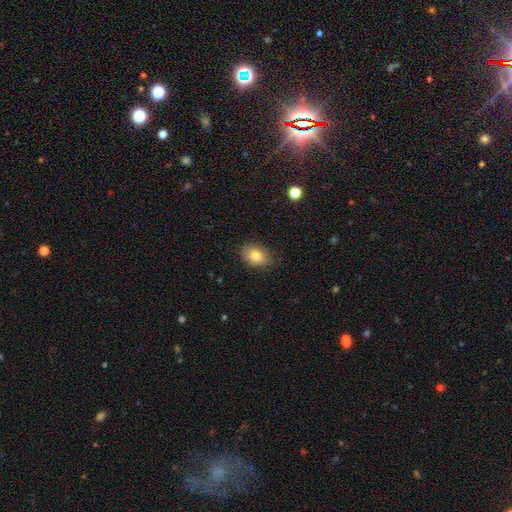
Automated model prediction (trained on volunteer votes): smooth-or-featured: smooth: 81% | featured or disk: 10% | star or artifact: 9%
  how-rounded: in between: 79% | round: 20% | cigar-shaped: 1%
  merging: none: 81% | minor disturbance: 15% | major disturbance: 3% | merger: 1%